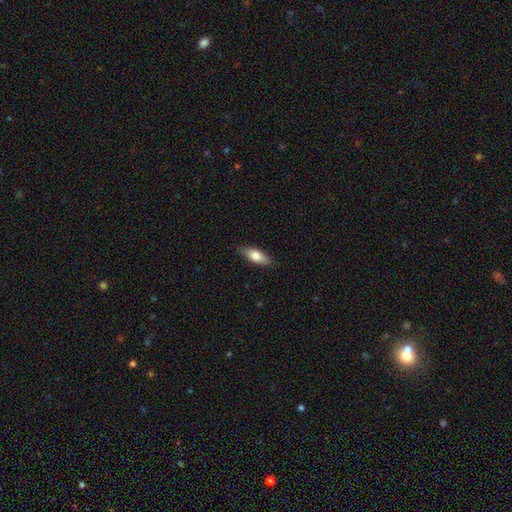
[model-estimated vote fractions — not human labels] A smooth galaxy with no disk features (72%) that is in between round and cigar-shaped (71%).

Vote fractions:
- Smooth or featured? smooth: 72% / featured or disk: 22% / star or artifact: 6%
- How rounded? in between: 71% / cigar-shaped: 26% / round: 3%
- Merging? none: 84% / minor disturbance: 13% / major disturbance: 2% / merger: 1%